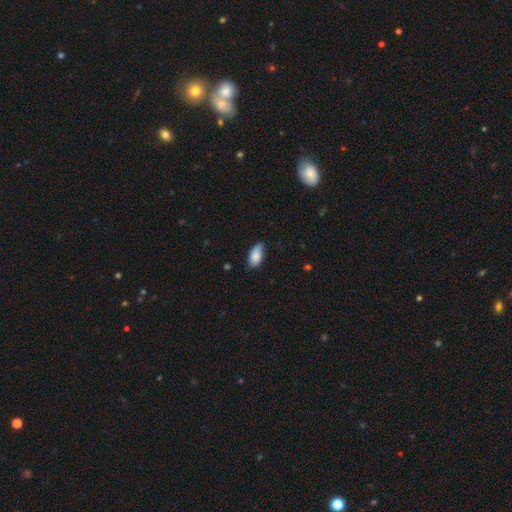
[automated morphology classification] Overall: smooth (83%). How rounded: in between (93%). Merging: none (64%; minor disturbance 30%).